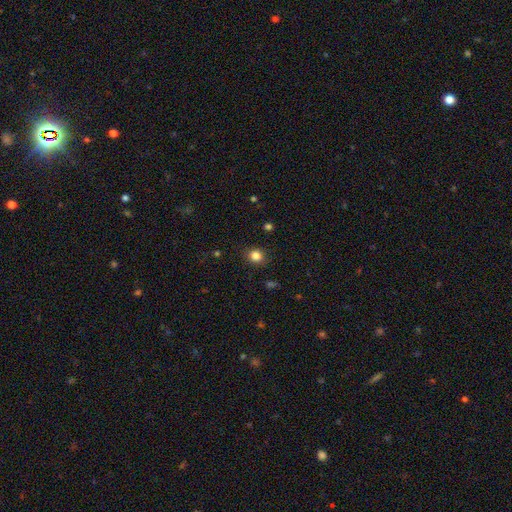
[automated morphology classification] A smooth galaxy with no disk features (83%) that is round (77%). Merging: none (89%).